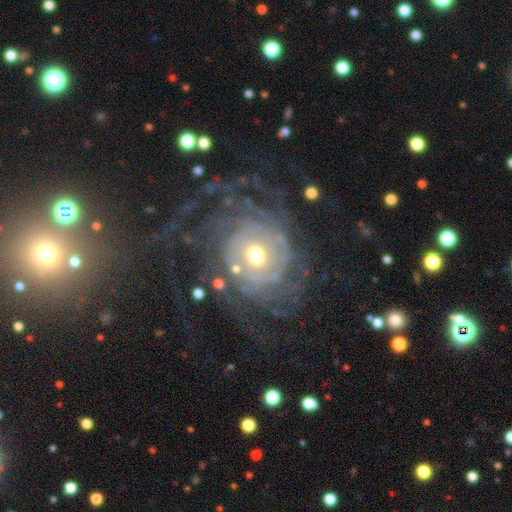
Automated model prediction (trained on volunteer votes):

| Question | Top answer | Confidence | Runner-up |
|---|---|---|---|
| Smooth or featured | featured or disk | 88% | star or artifact (6%) |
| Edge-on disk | no | 97% | yes (3%) |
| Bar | no | 71% | weak (22%) |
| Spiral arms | yes | 95% | no (5%) |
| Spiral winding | tight | 69% | medium (22%) |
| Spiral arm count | can't tell | 31% | more than 4 (23%) |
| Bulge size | moderate | 65% | small (25%) |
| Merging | none | 64% | major disturbance (19%) |